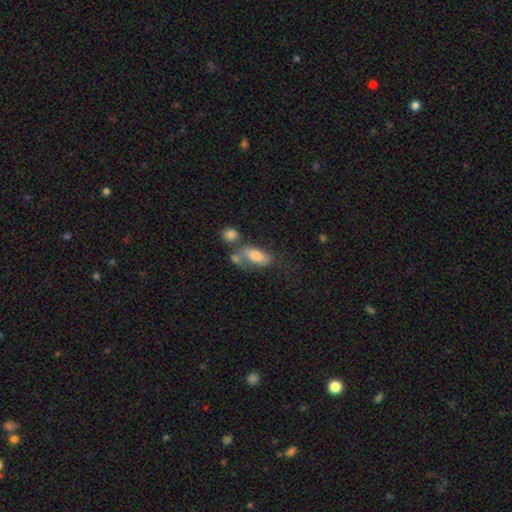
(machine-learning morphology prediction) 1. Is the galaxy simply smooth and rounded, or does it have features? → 74% smooth, 17% featured or disk, 9% star or artifact.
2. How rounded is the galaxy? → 85% in between, 10% cigar-shaped, 5% round.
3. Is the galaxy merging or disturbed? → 37% merger, 34% none, 16% minor disturbance, 13% major disturbance.